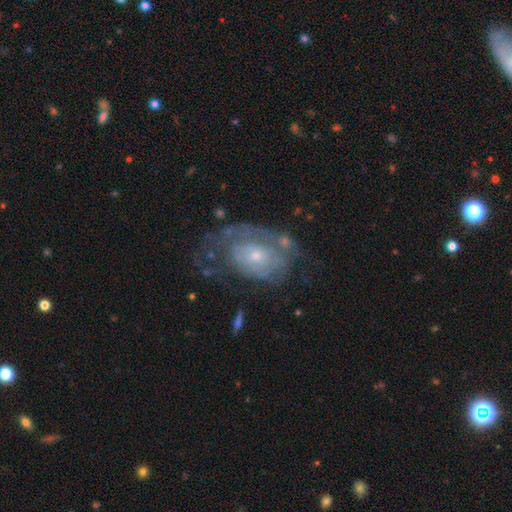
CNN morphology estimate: Smooth or featured: featured or disk — 71% (smooth — 22%)
Edge-on disk: no — 96% (yes — 4%)
Bar: no — 79% (weak — 18%)
Spiral arms: yes — 67% (no — 33%)
Bulge size: small — 60% (moderate — 35%)
Merging: none — 43% (major disturbance — 27%)